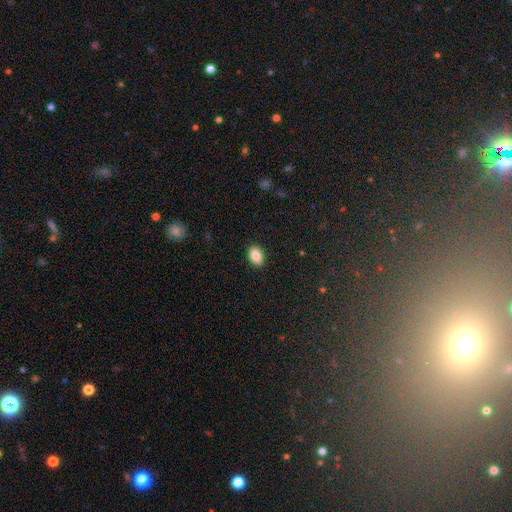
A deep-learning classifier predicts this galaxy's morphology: A smooth galaxy with no disk features (86%) that is in between round and cigar-shaped (80%).

Vote fractions:
- Smooth or featured? smooth: 86% / star or artifact: 8% / featured or disk: 6%
- How rounded? in between: 80% / round: 19% / cigar-shaped: 1%
- Merging? none: 90% / minor disturbance: 7% / major disturbance: 2% / merger: 1%